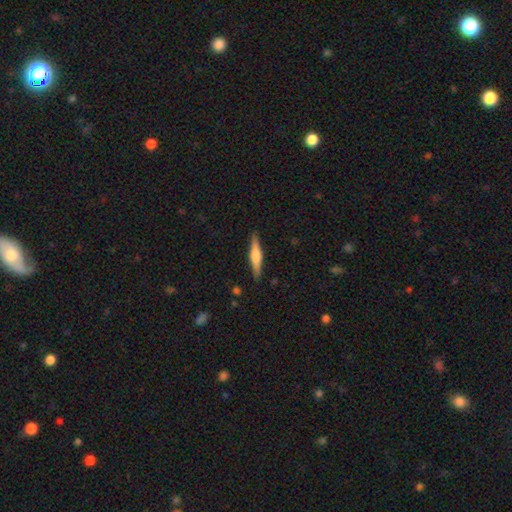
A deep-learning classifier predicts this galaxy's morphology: This is possibly a featured or disk galaxy (52%). It is clearly viewed edge-on (97%). Edge-on bulge: likely rounded (73%). Merging: clearly none (89%).